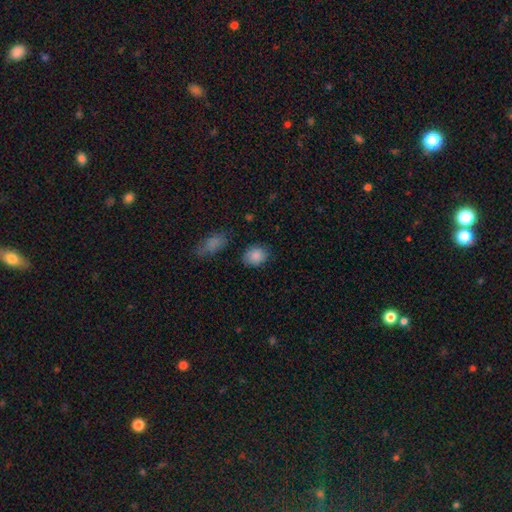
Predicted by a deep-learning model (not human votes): smooth 87%, star or artifact 8%, featured or disk 5%. Down the decision tree: how rounded — round (53%); merging — none (78%).